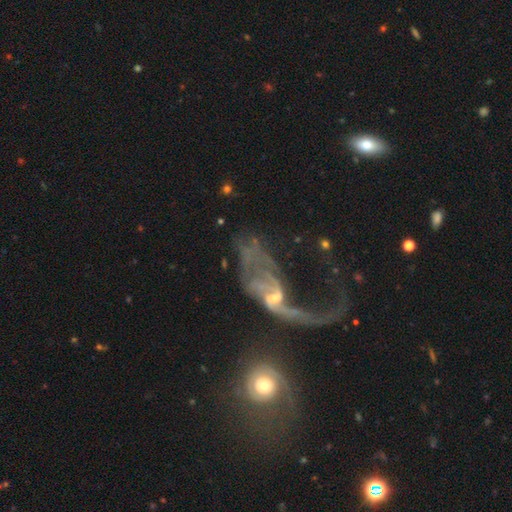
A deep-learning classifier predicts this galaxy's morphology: Smooth or featured?
  - featured or disk: 71% *
  - smooth: 15%
  - star or artifact: 14%
Edge-on disk?
  - no: 92% *
  - yes: 8%
Bar?
  - no: 62% *
  - weak: 28%
  - strong: 10%
Spiral arms?
  - yes: 62% *
  - no: 38%
Bulge size?
  - small: 53% *
  - moderate: 25%
  - none: 16%
  - large: 3%
  - dominant: 2%
Merging?
  - major disturbance: 48% *
  - merger: 25%
  - none: 17%
  - minor disturbance: 10%